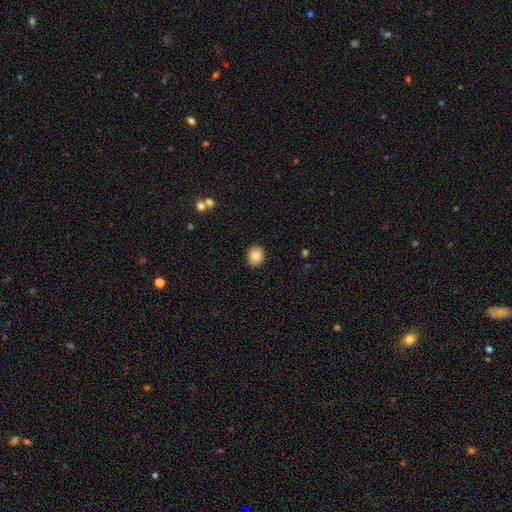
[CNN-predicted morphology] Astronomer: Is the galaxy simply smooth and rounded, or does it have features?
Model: smooth — 85%.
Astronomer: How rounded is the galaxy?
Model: round — 66%.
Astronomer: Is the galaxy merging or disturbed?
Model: none — 90%.